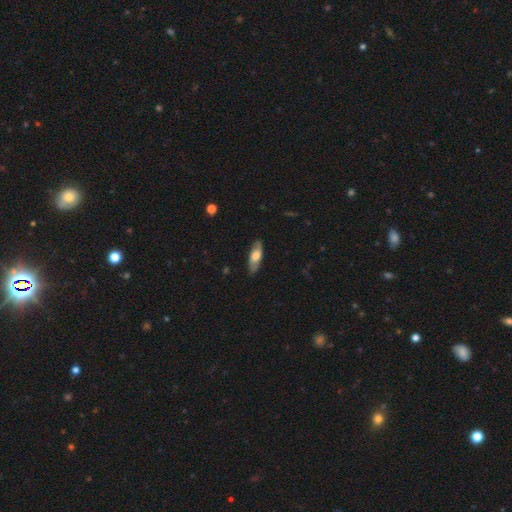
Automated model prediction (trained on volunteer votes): Q: Smooth or featured?
A: smooth (54%); runner-up: featured or disk (41%)
Q: How rounded?
A: in between (61%); runner-up: cigar-shaped (37%)
Q: Merging?
A: none (84%); runner-up: minor disturbance (12%)